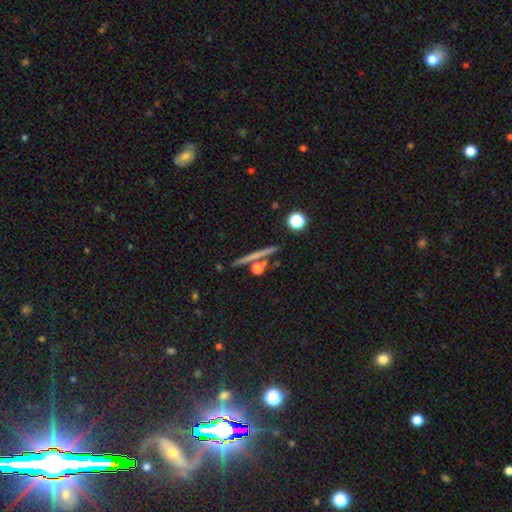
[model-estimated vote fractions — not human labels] A featured or disk galaxy (46%). Merging: none (87%).